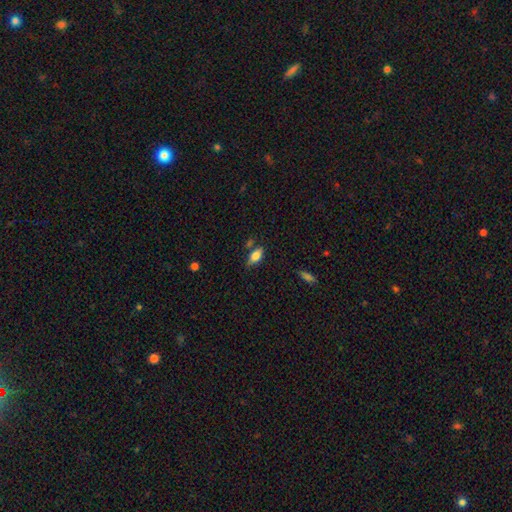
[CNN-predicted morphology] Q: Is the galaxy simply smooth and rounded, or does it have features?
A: smooth — 76%.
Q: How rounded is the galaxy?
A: in between — 84%.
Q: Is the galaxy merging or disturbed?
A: none — 65%.